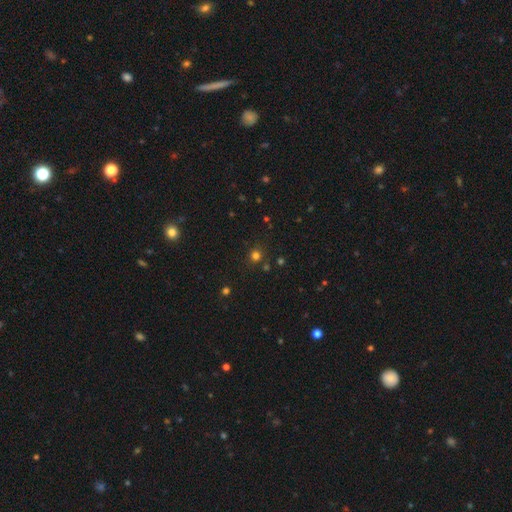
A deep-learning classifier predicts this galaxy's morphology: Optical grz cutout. It shows a smooth galaxy with no disk features (72%) that is round (89%). Merging: none (85%).